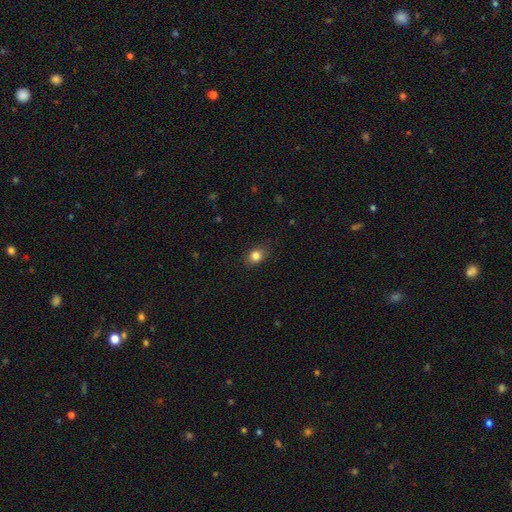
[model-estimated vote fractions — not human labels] Smooth or featured: smooth — 83% (star or artifact — 10%)
How rounded: in between — 53% (round — 45%)
Merging: none — 83% (minor disturbance — 13%)